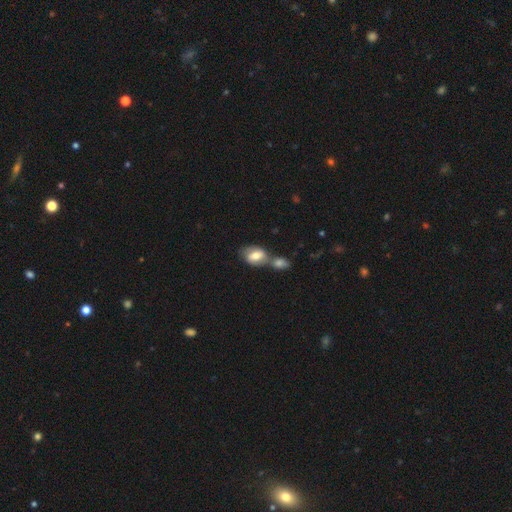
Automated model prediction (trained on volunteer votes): Morphology: type=smooth (63%); roundness=in between (81%); merging=merger (56%).